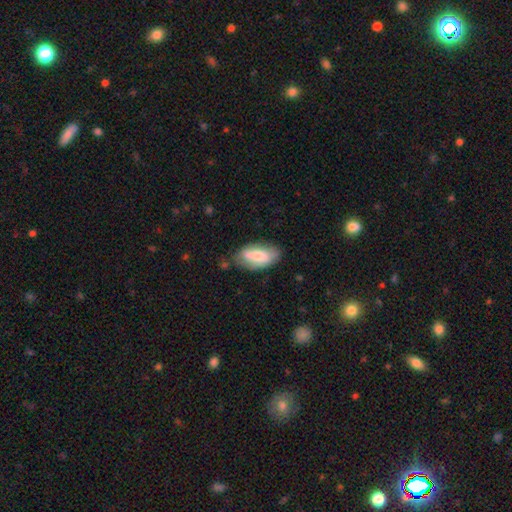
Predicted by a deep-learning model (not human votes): Smooth or featured? smooth (62%)
How rounded? in between (92%)
Merging? none (66%)